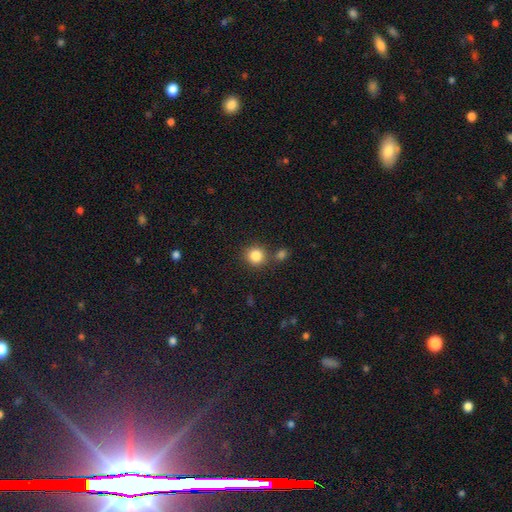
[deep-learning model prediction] smooth 84%, star or artifact 11%, featured or disk 5%. Down the decision tree: how rounded — round (89%); merging — none (75%).